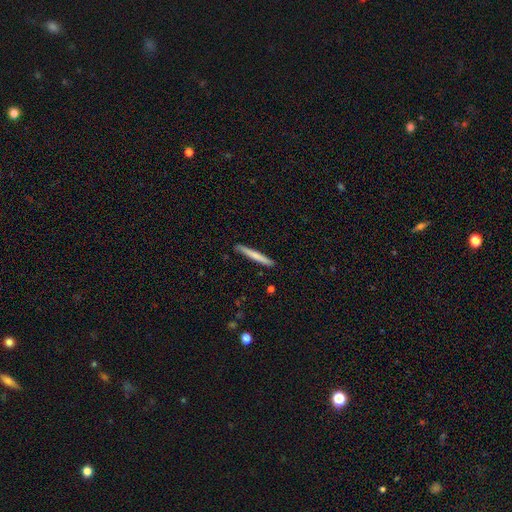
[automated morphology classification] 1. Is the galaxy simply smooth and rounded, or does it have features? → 65% smooth, 30% featured or disk, 5% star or artifact.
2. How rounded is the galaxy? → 96% cigar-shaped, 2% in between, 1% round.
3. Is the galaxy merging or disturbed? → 90% none, 8% minor disturbance, 1% major disturbance, 1% merger.